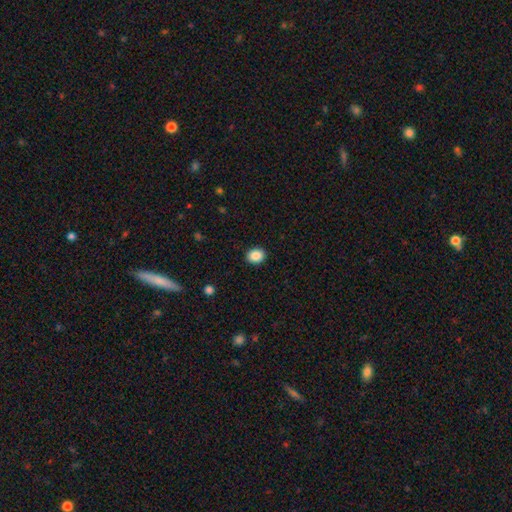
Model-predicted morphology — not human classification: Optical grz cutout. It shows a smooth galaxy with no disk features (88%) that is round (61%). Merging: none (91%).